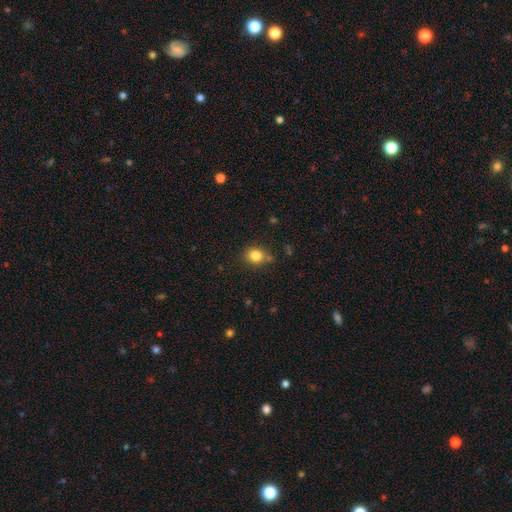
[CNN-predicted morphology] This is clearly a smooth galaxy (83%). How rounded: likely round (71%). Merging: clearly none (80%).